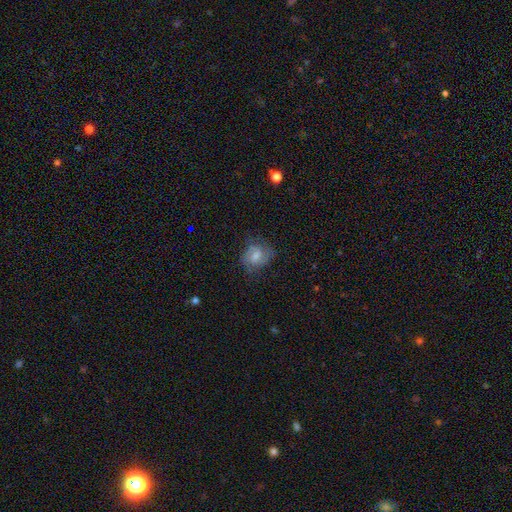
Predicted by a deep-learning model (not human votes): Smooth or featured? featured or disk (51%)
Edge-on disk? no (97%)
Merging? none (63%)